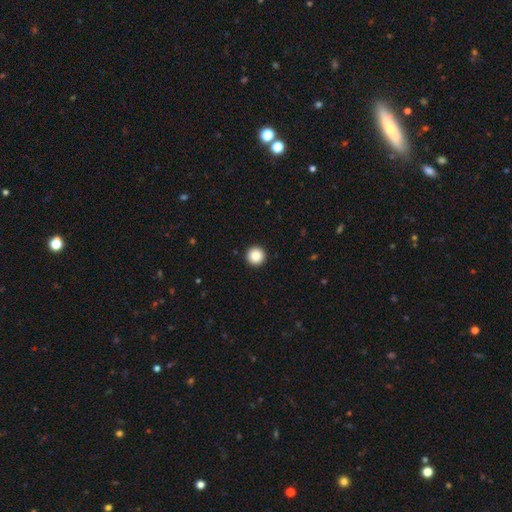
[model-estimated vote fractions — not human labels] Morphology: type=smooth (87%); roundness=round (97%); merging=none (94%).